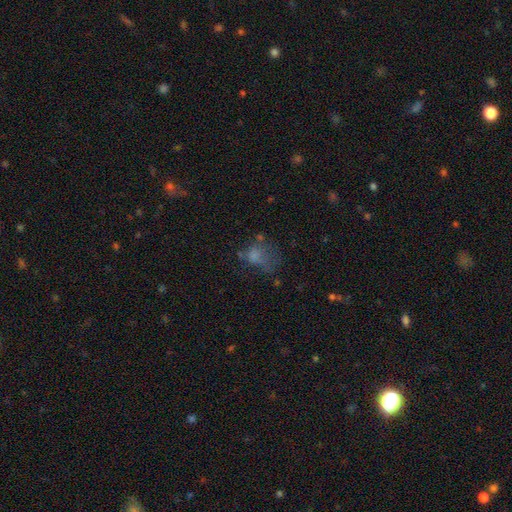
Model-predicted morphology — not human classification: A smooth galaxy with no disk features (54%) that is in between round and cigar-shaped (55%). Merging: major disturbance (38%).